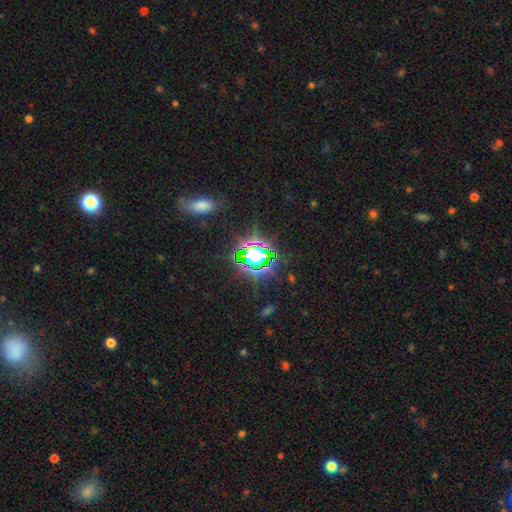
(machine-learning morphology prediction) A star or artifact, not a galaxy (76%).